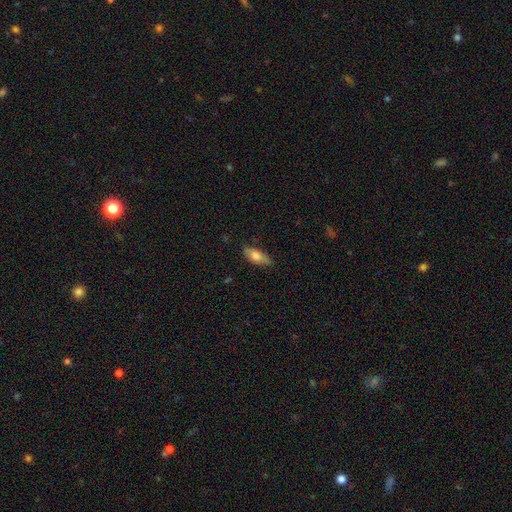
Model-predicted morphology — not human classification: The model was most divided on "merging": none: 72%, minor disturbance: 23%, major disturbance: 4%, merger: 1%. More confident: how rounded — in between (77%); smooth or featured — smooth (74%).